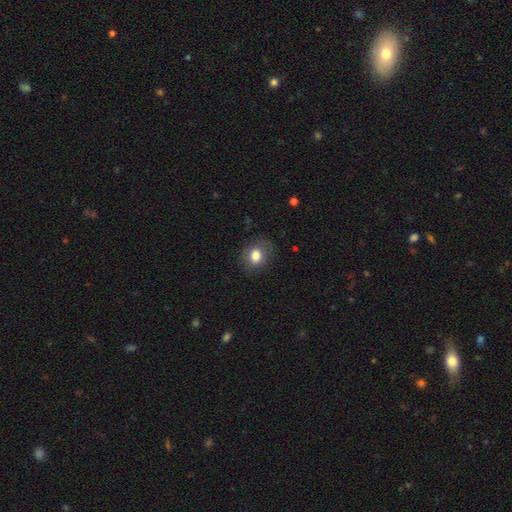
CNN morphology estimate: Q: Smooth or featured?
A: smooth (80%); runner-up: featured or disk (11%)
Q: How rounded?
A: in between (53%); runner-up: round (46%)
Q: Merging?
A: none (80%); runner-up: minor disturbance (14%)